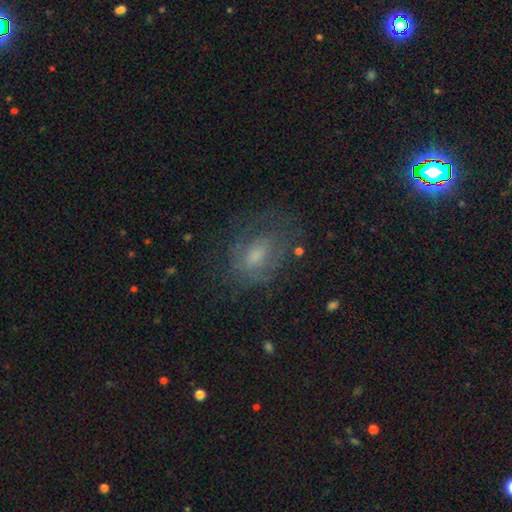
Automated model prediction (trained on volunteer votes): Overall: smooth (45%; featured or disk 43%). Merging: none (54%; minor disturbance 23%).